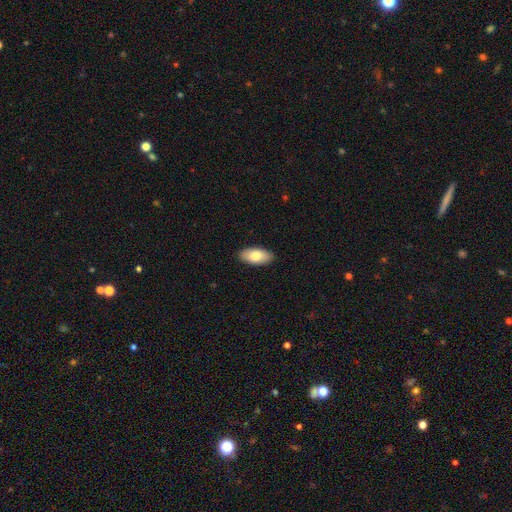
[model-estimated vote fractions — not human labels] Q: Smooth or featured?
A: smooth (80%); runner-up: featured or disk (14%)
Q: How rounded?
A: in between (93%); runner-up: cigar-shaped (5%)
Q: Merging?
A: none (90%); runner-up: minor disturbance (8%)